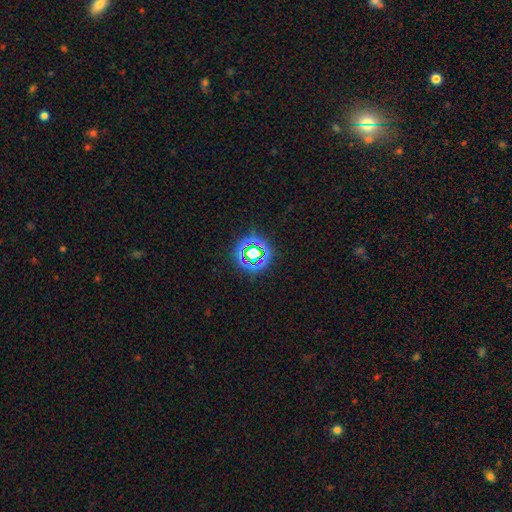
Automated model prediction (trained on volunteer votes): Smooth or featured?
  - star or artifact: 61% *
  - smooth: 26%
  - featured or disk: 14%